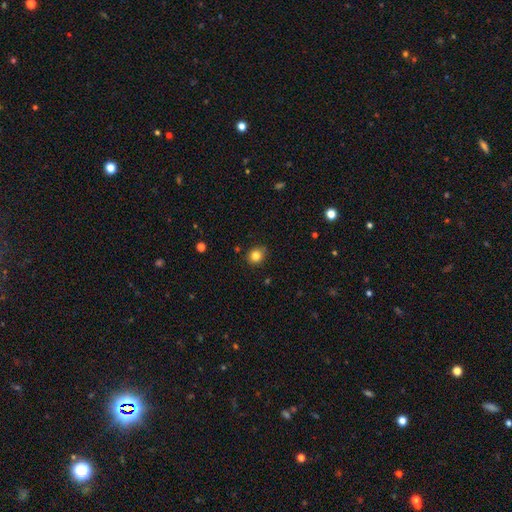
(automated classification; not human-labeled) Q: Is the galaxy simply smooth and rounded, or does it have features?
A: smooth — 83%.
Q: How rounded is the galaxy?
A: round — 78%.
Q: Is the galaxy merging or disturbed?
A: none — 84%.